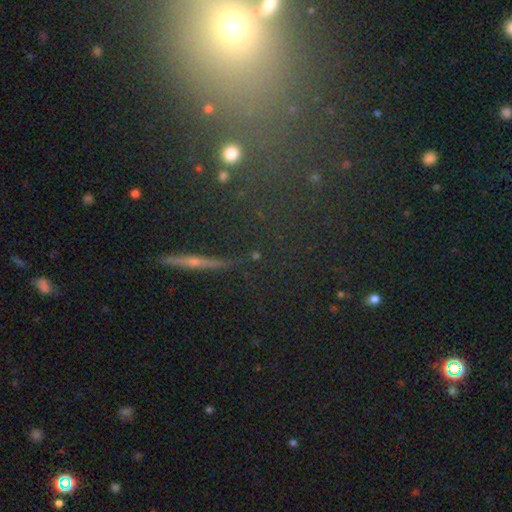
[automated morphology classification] This is possibly a star or artifact rather than a galaxy (48%).